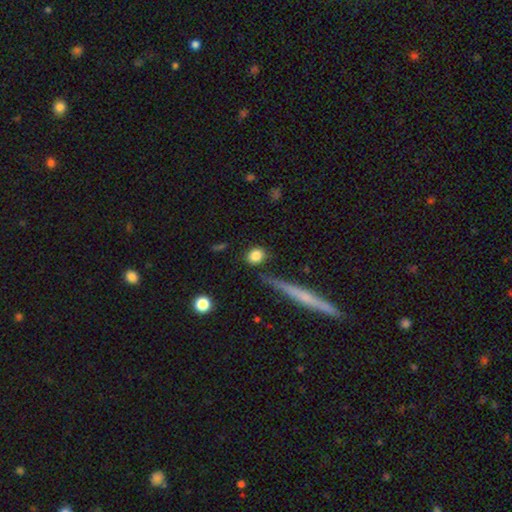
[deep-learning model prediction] This is clearly a smooth galaxy (83%). How rounded: likely round (69%). Merging: clearly none (82%).